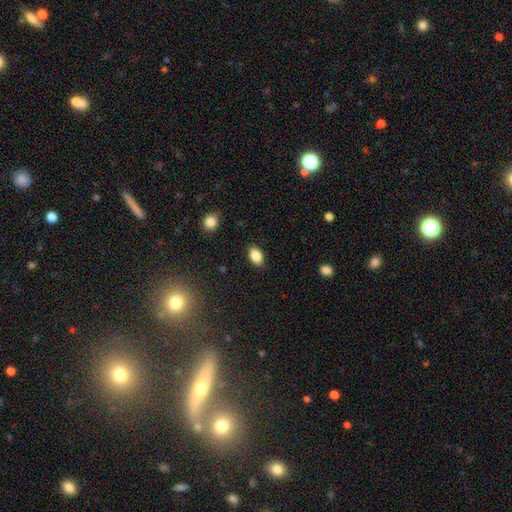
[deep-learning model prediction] Smooth or featured? smooth (86%)
How rounded? in between (90%)
Merging? none (87%)